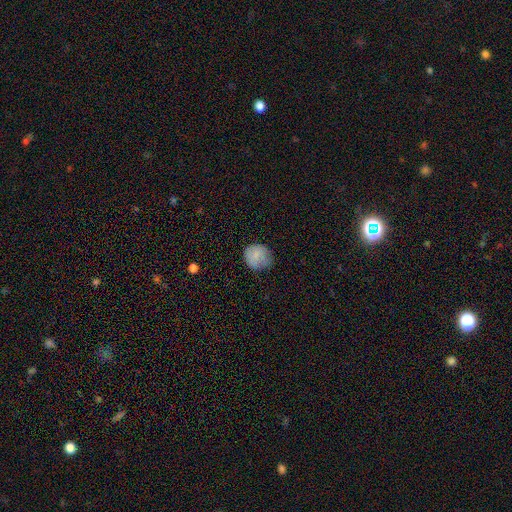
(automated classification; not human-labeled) A smooth galaxy with no disk features (81%) that is round (86%).

Vote fractions:
- Smooth or featured? smooth: 81% / featured or disk: 11% / star or artifact: 8%
- How rounded? round: 86% / in between: 13% / cigar-shaped: 1%
- Merging? none: 66% / minor disturbance: 27% / major disturbance: 6% / merger: 1%